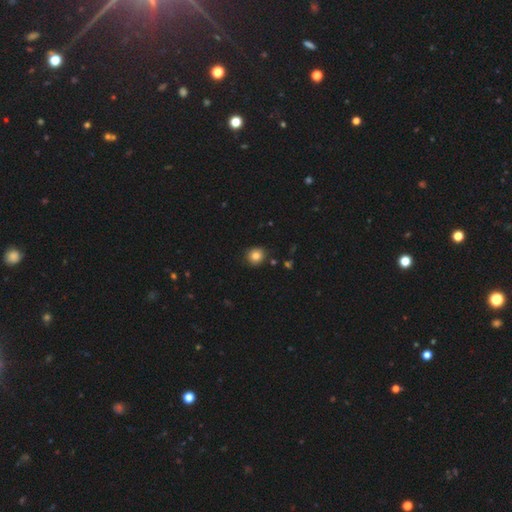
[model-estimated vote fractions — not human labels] Morphology: type=smooth (83%); roundness=round (89%); merging=none (89%).